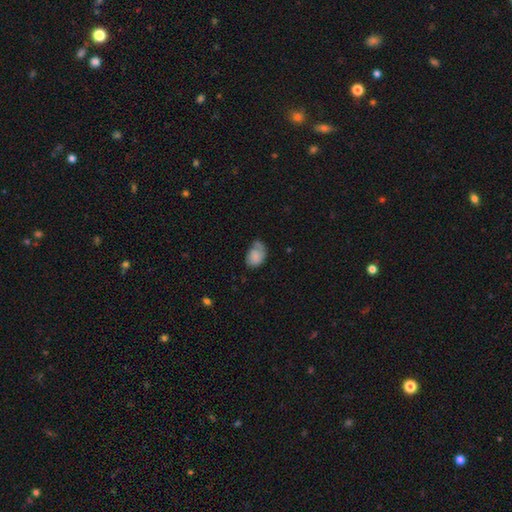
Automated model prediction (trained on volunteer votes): Smooth or featured? smooth (69%)
How rounded? in between (79%)
Merging? none (38%)